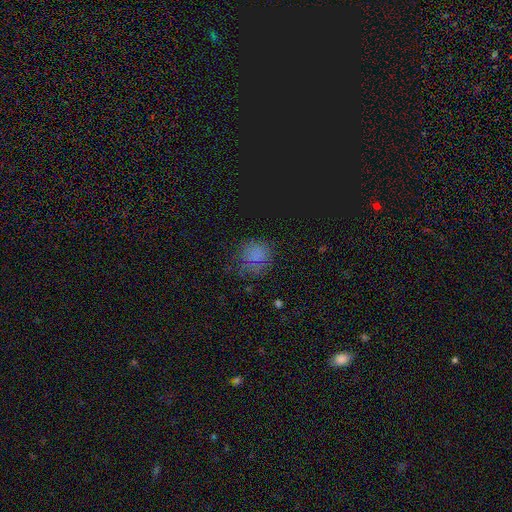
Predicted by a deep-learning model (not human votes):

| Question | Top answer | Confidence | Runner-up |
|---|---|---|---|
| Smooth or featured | smooth | 64% | star or artifact (26%) |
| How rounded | round | 84% | in between (15%) |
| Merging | none | 69% | minor disturbance (19%) |